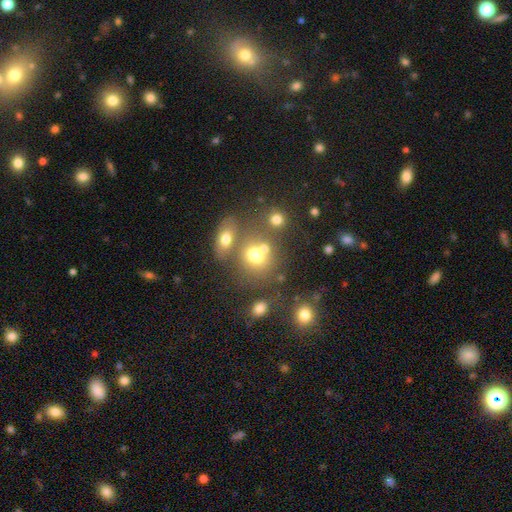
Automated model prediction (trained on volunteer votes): Q: Smooth or featured?
A: smooth (70%); runner-up: star or artifact (16%)
Q: How rounded?
A: round (68%); runner-up: in between (31%)
Q: Merging?
A: none (45%); runner-up: merger (37%)